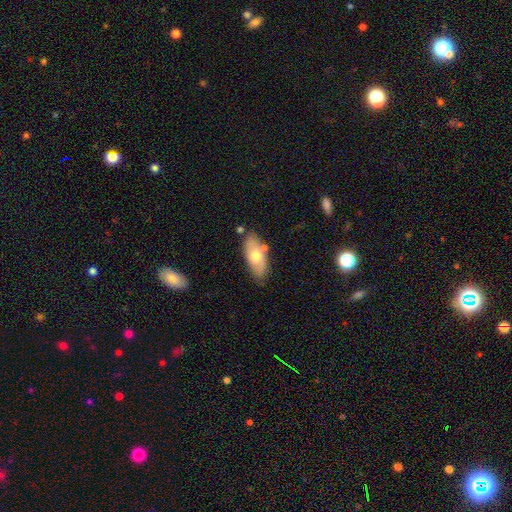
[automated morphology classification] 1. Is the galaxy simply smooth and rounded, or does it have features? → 60% smooth, 34% featured or disk, 6% star or artifact.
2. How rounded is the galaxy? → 87% in between, 10% cigar-shaped, 3% round.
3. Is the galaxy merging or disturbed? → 72% none, 17% minor disturbance, 8% merger, 3% major disturbance.